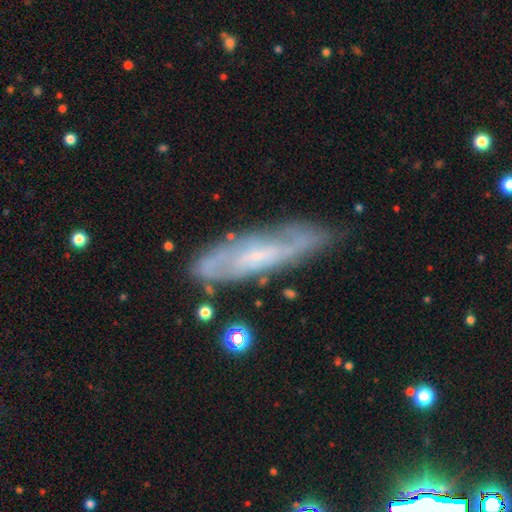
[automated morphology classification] This is likely a featured or disk galaxy (69%). It is likely not viewed edge-on (66%). Merging: likely none (77%).